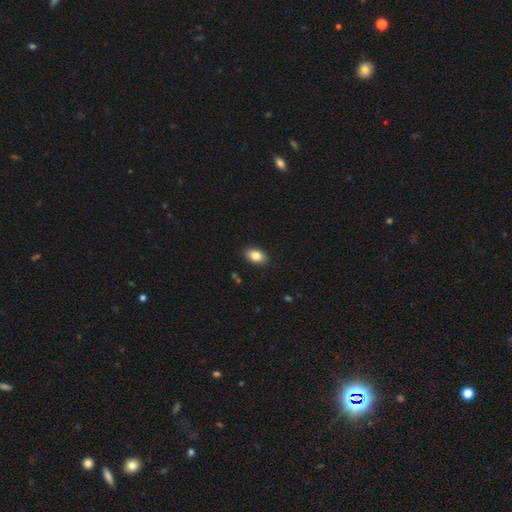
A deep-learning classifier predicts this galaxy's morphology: smooth 84%, star or artifact 8%, featured or disk 8%. Down the decision tree: how rounded — in between (88%); merging — none (89%).